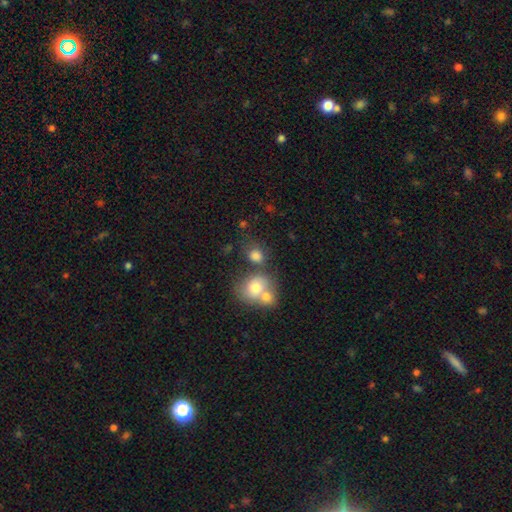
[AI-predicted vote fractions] The model was most divided on "merging": none: 41%, merger: 40%, minor disturbance: 13%, major disturbance: 7%. More confident: smooth or featured — smooth (77%); how rounded — round (54%).